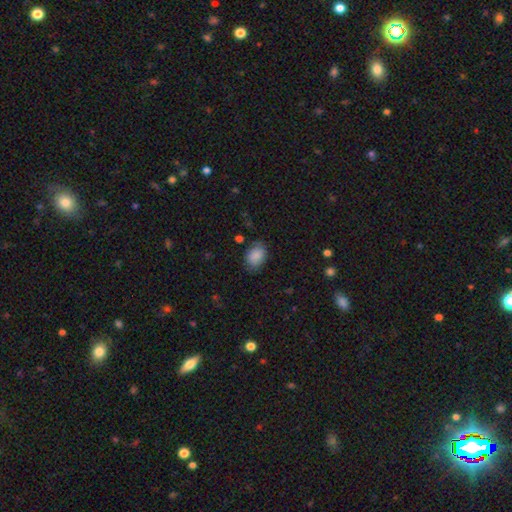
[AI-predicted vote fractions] Smooth or featured? Predicted: smooth (p=0.86). How rounded? Predicted: in between (p=0.75). Merging? Predicted: none (p=0.75).